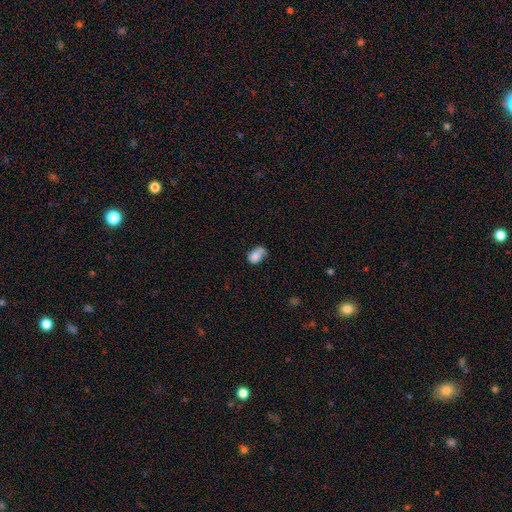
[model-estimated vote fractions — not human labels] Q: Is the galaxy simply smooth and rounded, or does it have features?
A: smooth — 73%.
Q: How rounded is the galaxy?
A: in between — 81%.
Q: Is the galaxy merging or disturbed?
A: none — 41%.